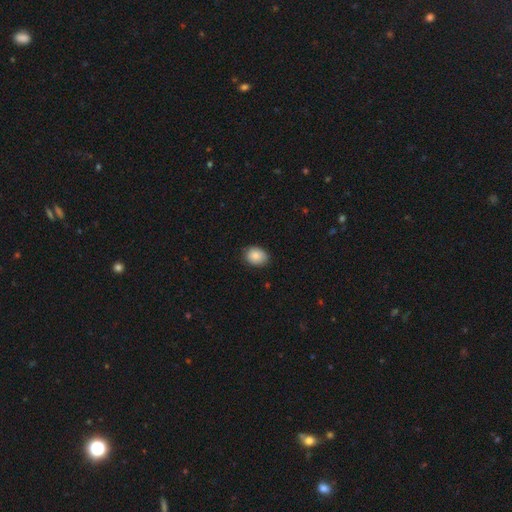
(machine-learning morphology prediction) smooth_or_featured: smooth (p=0.87) [alt: star or artifact p=0.08]
how_rounded: in between (p=0.53) [alt: round p=0.46]
merging: none (p=0.84) [alt: minor disturbance p=0.12]